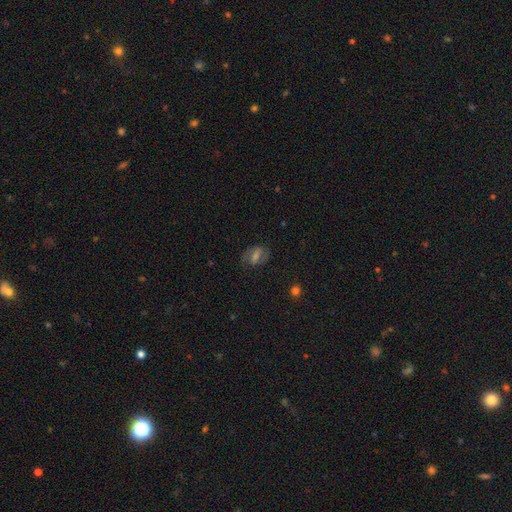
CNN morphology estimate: This appears to be a featured or disk galaxy (49%). Merging: none (75%).